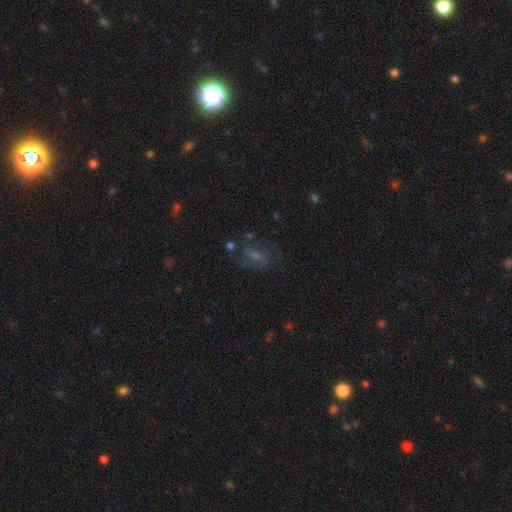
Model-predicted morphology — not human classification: Smooth or featured?
  - featured or disk: 37% *
  - star or artifact: 32%
  - smooth: 31%
Merging?
  - none: 66% *
  - minor disturbance: 17%
  - major disturbance: 13%
  - merger: 5%